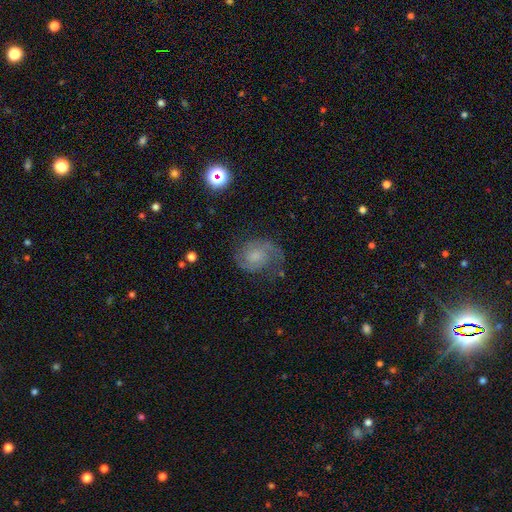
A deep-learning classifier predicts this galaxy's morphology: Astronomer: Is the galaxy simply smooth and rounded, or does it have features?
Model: featured or disk — 73%.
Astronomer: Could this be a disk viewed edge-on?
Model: no — 98%.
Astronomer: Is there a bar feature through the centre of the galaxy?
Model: no — 66%.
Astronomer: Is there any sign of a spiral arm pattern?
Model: yes — 94%.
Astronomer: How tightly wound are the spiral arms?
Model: medium — 46% (runner-up: tight, 37%).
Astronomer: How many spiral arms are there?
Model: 2 — 79%.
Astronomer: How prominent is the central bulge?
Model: small — 43% (runner-up: moderate, 34%).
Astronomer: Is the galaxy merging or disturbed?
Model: none — 66%.